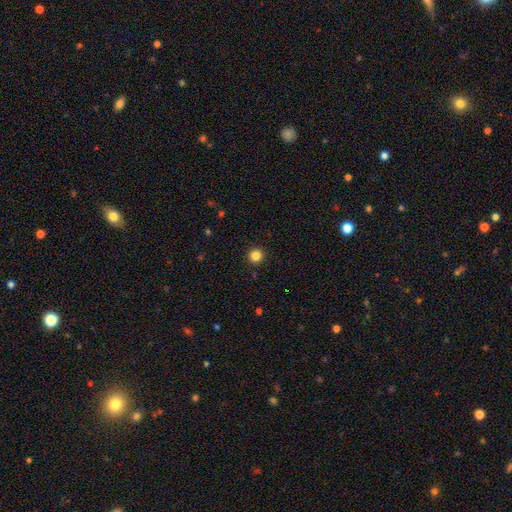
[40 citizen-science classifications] smooth_or_featured: smooth (p=0.93) [alt: star or artifact p=0.05]
how_rounded: round (p=0.97) [alt: in between p=0.03]
merging: none (p=0.92) [alt: minor disturbance p=0.05]